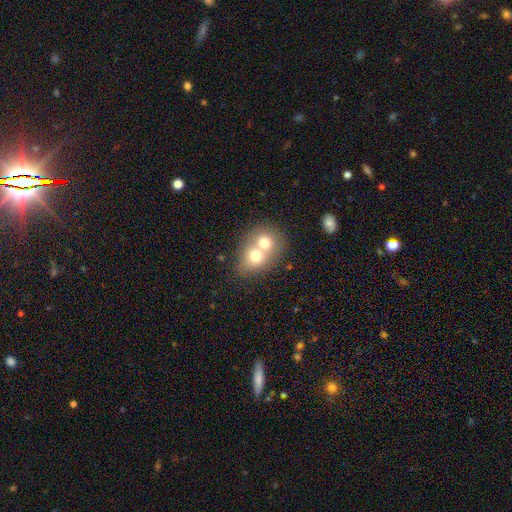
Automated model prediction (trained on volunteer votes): A smooth galaxy with no disk features (67%) that is round (61%).

Vote fractions:
- Smooth or featured? smooth: 67% / featured or disk: 24% / star or artifact: 9%
- How rounded? round: 61% / in between: 38% / cigar-shaped: 1%
- Merging? merger: 72% / none: 21% / minor disturbance: 5% / major disturbance: 2%